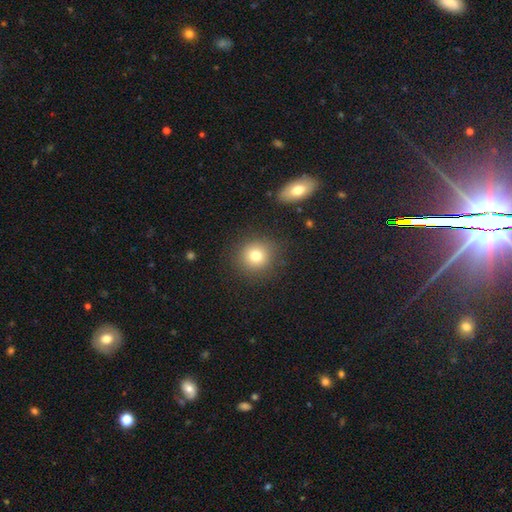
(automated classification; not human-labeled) Smooth or featured? smooth (77%)
How rounded? round (90%)
Merging? none (86%)